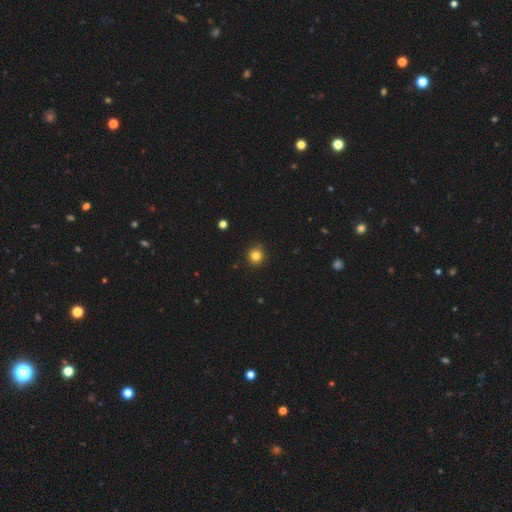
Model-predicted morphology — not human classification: type=smooth (82%); roundness=round (94%); merging=none (89%).